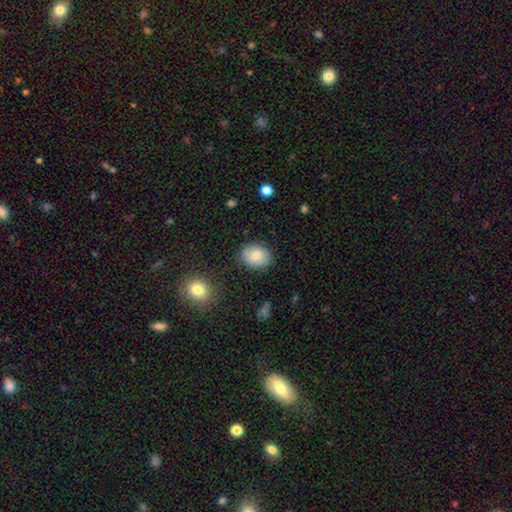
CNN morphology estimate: smooth 79%, featured or disk 14%, star or artifact 8%. Down the decision tree: how rounded — in between (60%); merging — none (83%).